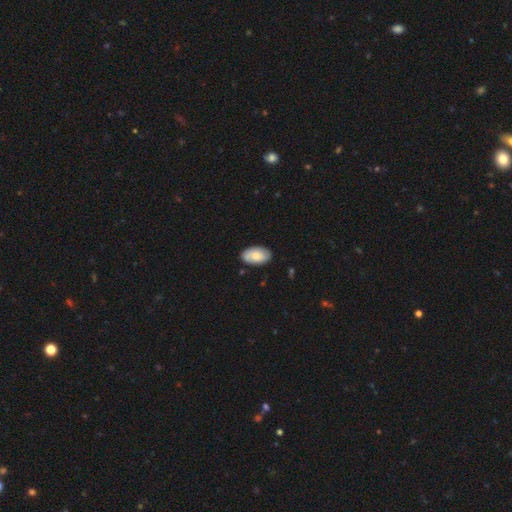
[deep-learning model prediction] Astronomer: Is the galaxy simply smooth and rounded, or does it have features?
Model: smooth — 74%.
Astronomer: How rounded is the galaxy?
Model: in between — 95%.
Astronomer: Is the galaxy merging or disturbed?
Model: none — 84%.